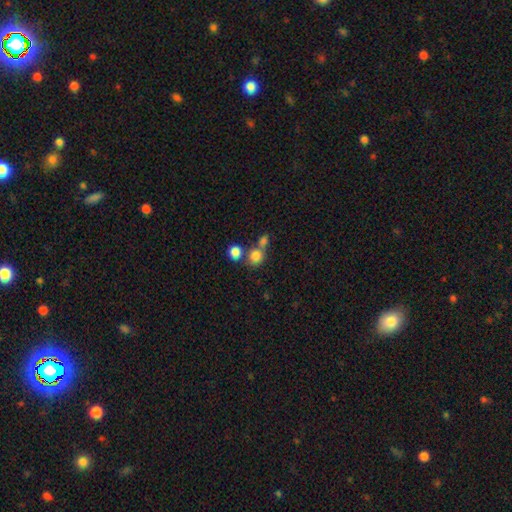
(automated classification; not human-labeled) Morphology: type=smooth (80%); roundness=round (82%); merging=none (51%).